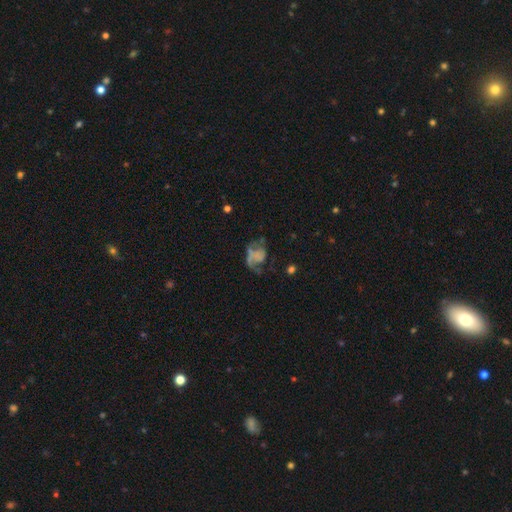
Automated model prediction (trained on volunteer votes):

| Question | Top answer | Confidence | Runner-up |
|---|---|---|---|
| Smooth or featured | featured or disk | 60% | smooth (29%) |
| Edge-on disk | no | 98% | yes (2%) |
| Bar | no | 81% | weak (15%) |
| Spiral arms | yes | 62% | no (38%) |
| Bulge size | none | 75% | small (12%) |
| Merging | major disturbance | 44% | none (31%) |